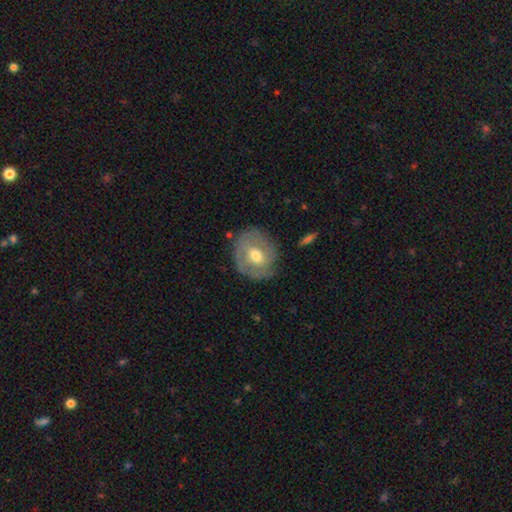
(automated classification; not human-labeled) This appears to be a featured or disk galaxy (55%) with no bar (49%), spiral arms (55%) and a moderate central bulge (74%). Merging: none (74%).